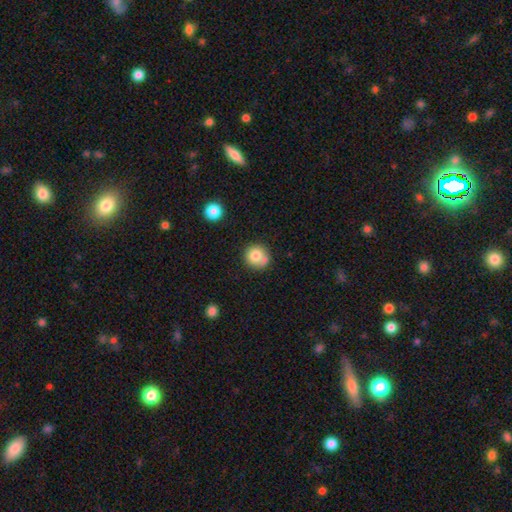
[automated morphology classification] smooth-or-featured: smooth: 78% | featured or disk: 12% | star or artifact: 10%
  how-rounded: round: 92% | in between: 7% | cigar-shaped: 1%
  merging: none: 65% | merger: 17% | minor disturbance: 14% | major disturbance: 4%